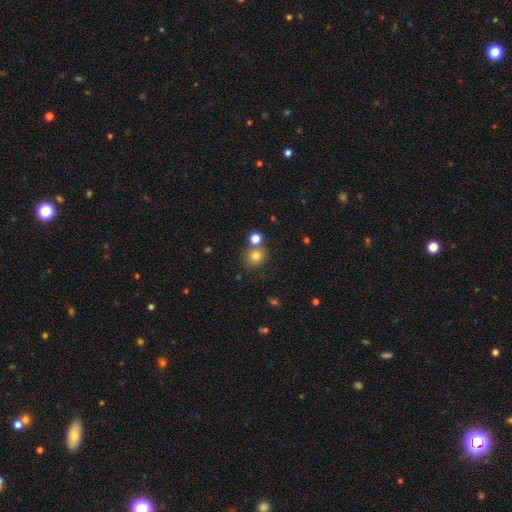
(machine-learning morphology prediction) A smooth galaxy with no disk features (78%) that is round (82%). Merging: none (67%).